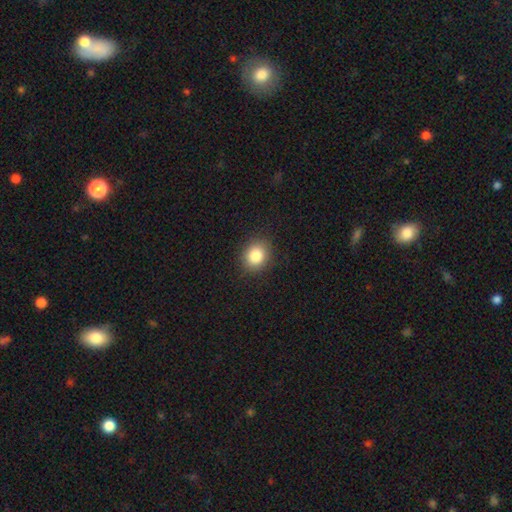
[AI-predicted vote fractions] Overall: smooth (84%). How rounded: round (64%; in between 35%). Merging: none (89%).